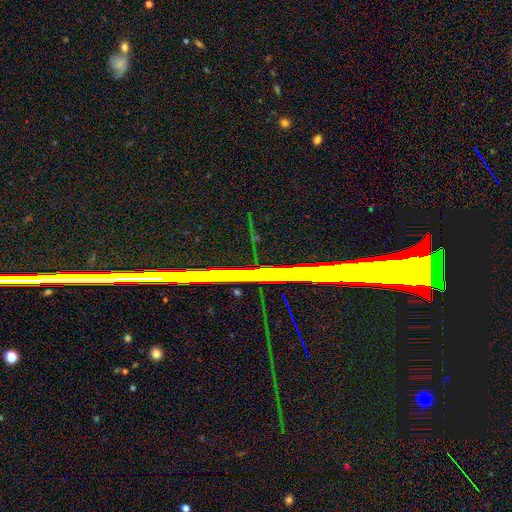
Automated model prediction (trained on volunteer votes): Smooth or featured: star or artifact — 74% (featured or disk — 17%)